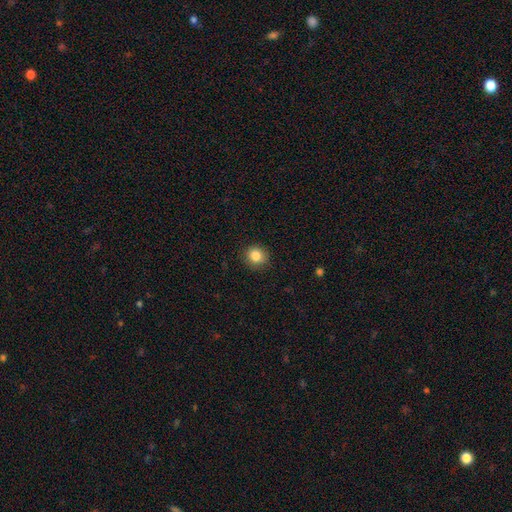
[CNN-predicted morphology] A smooth galaxy with no disk features (85%) that is round (87%).

Vote fractions:
- Smooth or featured? smooth: 85% / star or artifact: 10% / featured or disk: 5%
- How rounded? round: 87% / in between: 12% / cigar-shaped: 1%
- Merging? none: 88% / minor disturbance: 8% / major disturbance: 2% / merger: 1%